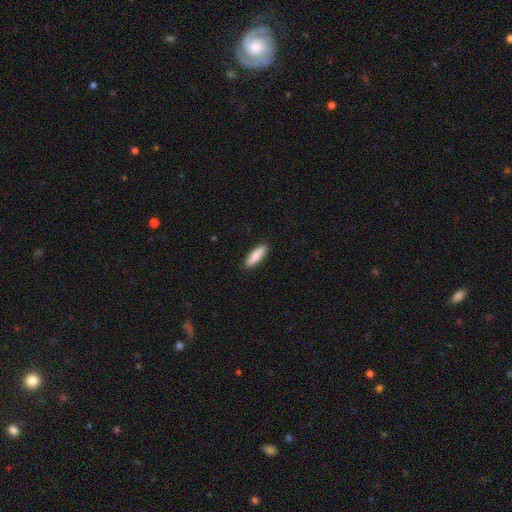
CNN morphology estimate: Smooth or featured? Predicted: smooth (p=0.81). How rounded? Predicted: cigar-shaped (p=0.50). Merging? Predicted: none (p=0.89).